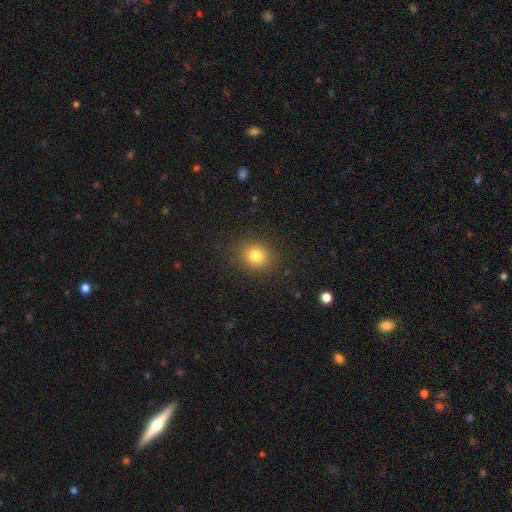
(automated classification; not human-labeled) This is likely a smooth galaxy (80%). How rounded: likely round (73%). Merging: clearly none (88%).